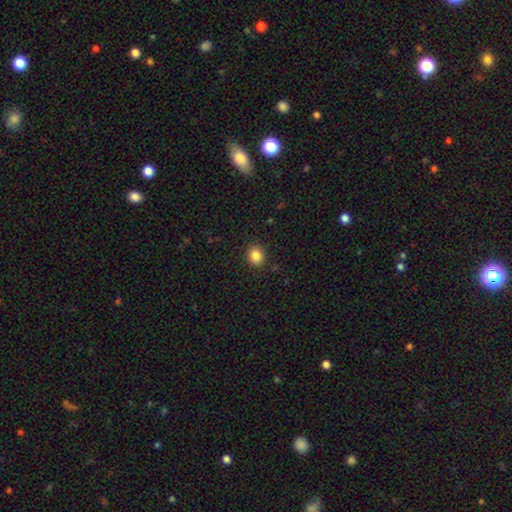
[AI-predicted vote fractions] A smooth galaxy with no disk features (86%) that is round (70%).

Vote fractions:
- Smooth or featured? smooth: 86% / star or artifact: 10% / featured or disk: 4%
- How rounded? round: 70% / in between: 30% / cigar-shaped: 1%
- Merging? none: 90% / minor disturbance: 7% / major disturbance: 2% / merger: 1%